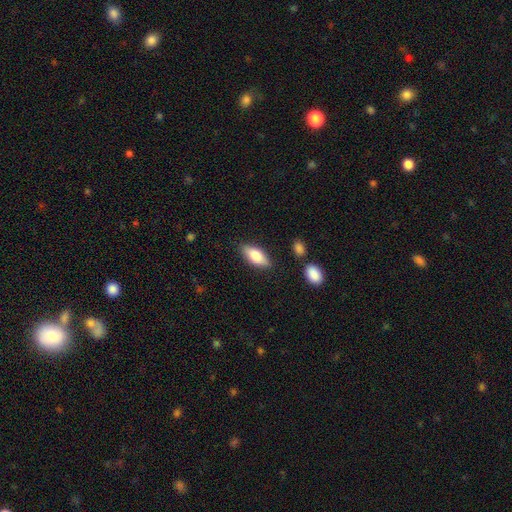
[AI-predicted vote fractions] The model was most divided on "smooth or featured": smooth: 78%, featured or disk: 16%, star or artifact: 6%. More confident: merging — none (82%); how rounded — in between (82%).